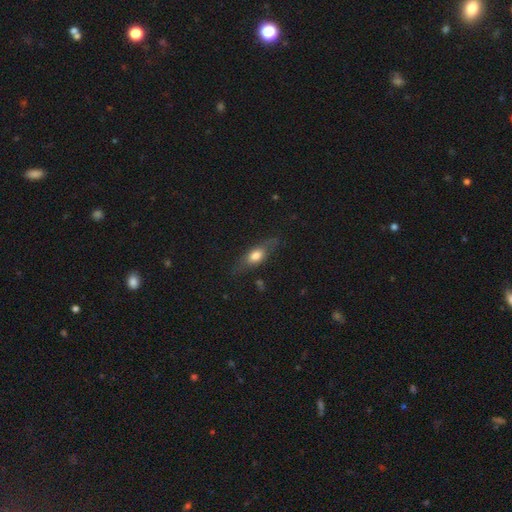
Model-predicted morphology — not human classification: Overall: smooth (59%; featured or disk 34%). How rounded: in between (63%; cigar-shaped 30%). Merging: none (73%).